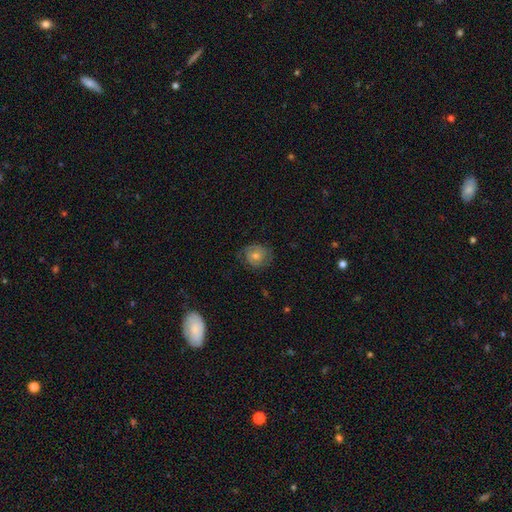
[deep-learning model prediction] featured or disk 49%, smooth 41%, star or artifact 10%. Down the decision tree: merging — none (74%).